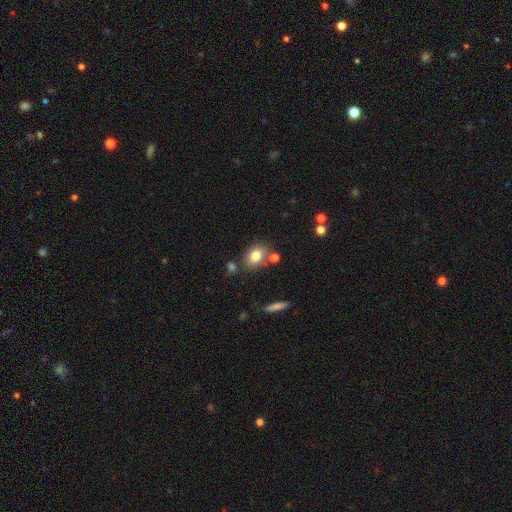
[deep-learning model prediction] The model was most divided on "how rounded": in between: 68%, round: 30%, cigar-shaped: 2%. More confident: smooth or featured — smooth (79%); merging — none (69%).